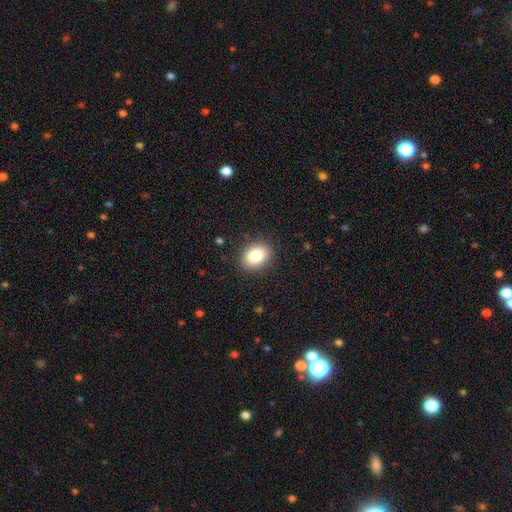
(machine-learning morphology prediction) Q: Smooth or featured?
A: smooth (84%); runner-up: star or artifact (9%)
Q: How rounded?
A: in between (68%); runner-up: round (31%)
Q: Merging?
A: none (88%); runner-up: minor disturbance (8%)